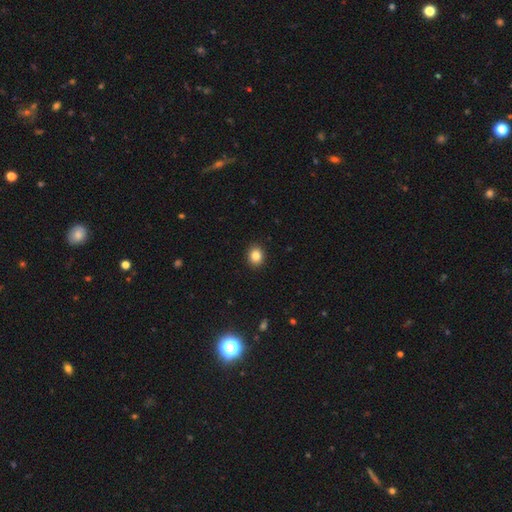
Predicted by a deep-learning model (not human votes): Smooth or featured: smooth — 84% (star or artifact — 10%)
How rounded: round — 71% (in between — 28%)
Merging: none — 92% (minor disturbance — 5%)